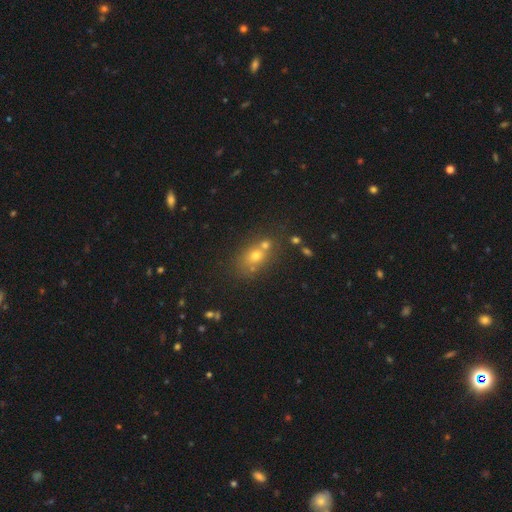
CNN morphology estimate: Smooth or featured? Predicted: smooth (p=0.61). How rounded? Predicted: in between (p=0.50). Merging? Predicted: none (p=0.45).